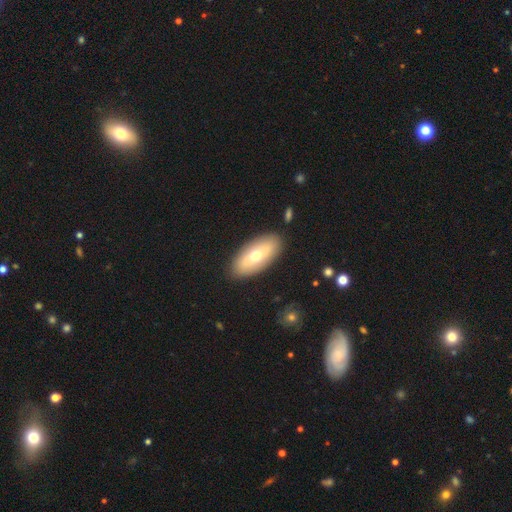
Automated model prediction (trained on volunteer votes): This is likely a smooth galaxy (61%). How rounded: clearly in between (89%). Merging: clearly none (88%).